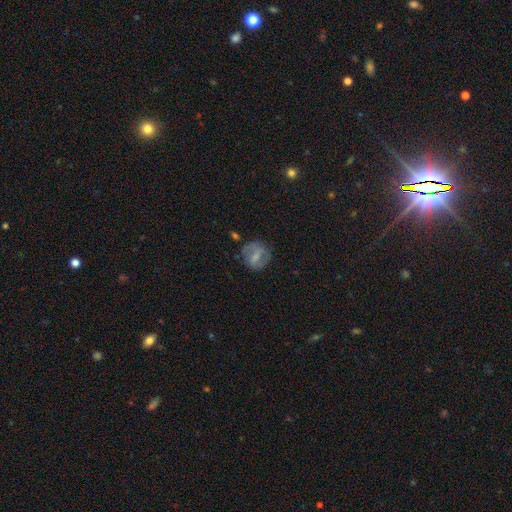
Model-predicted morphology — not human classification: The model was most divided on "smooth or featured": smooth: 51%, featured or disk: 40%, star or artifact: 9%. More confident: how rounded — round (74%); merging — none (66%).